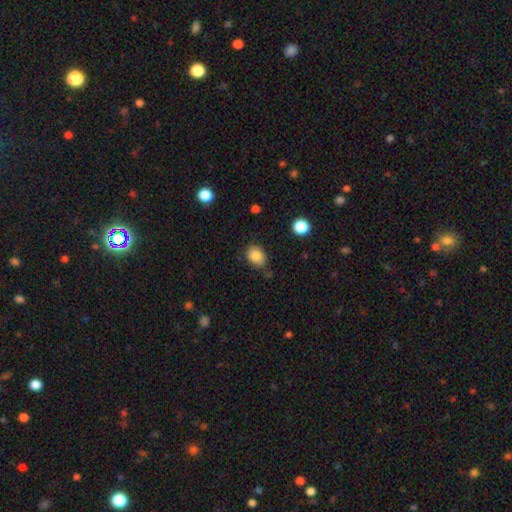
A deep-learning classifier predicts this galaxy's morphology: This is clearly a smooth galaxy (86%). How rounded: likely in between (63%). Merging: likely none (77%).